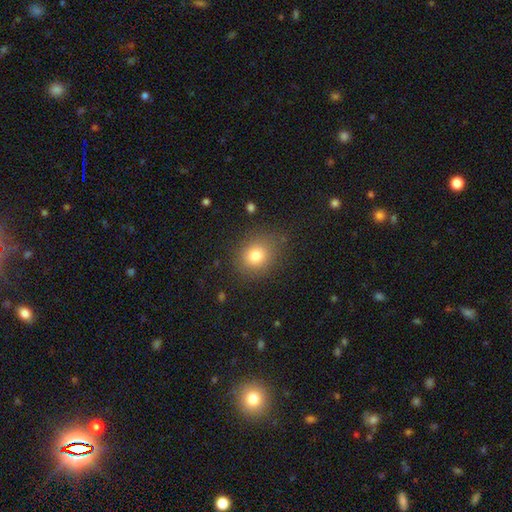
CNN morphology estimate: Overall: smooth (79%). How rounded: round (68%; in between 31%). Merging: none (82%).